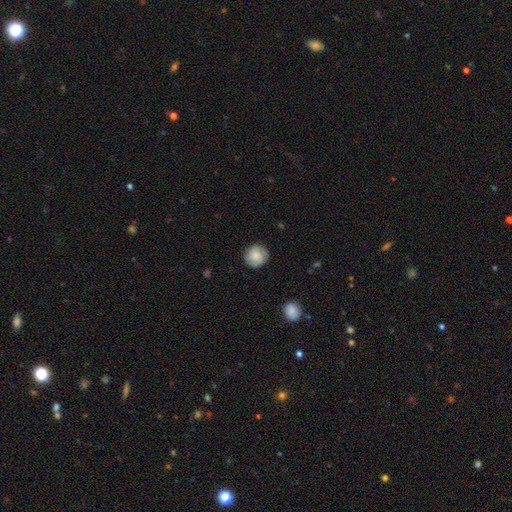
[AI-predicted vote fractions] This is likely a smooth galaxy (78%). How rounded: clearly round (92%). Merging: clearly none (86%).